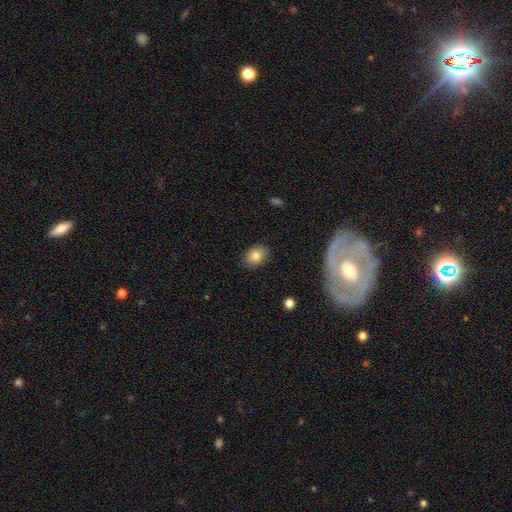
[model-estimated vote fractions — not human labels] Q: Smooth or featured?
A: smooth (83%); runner-up: featured or disk (9%)
Q: How rounded?
A: in between (74%); runner-up: round (24%)
Q: Merging?
A: none (87%); runner-up: minor disturbance (10%)